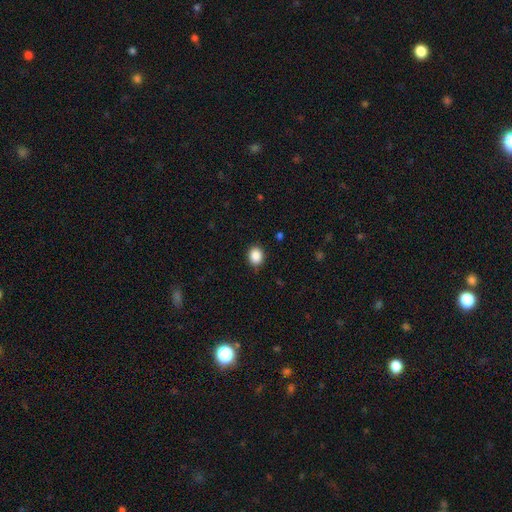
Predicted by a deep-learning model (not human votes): smooth_or_featured: smooth (p=0.88) [alt: star or artifact p=0.09]
how_rounded: round (p=0.58) [alt: in between p=0.41]
merging: none (p=0.87) [alt: minor disturbance p=0.10]